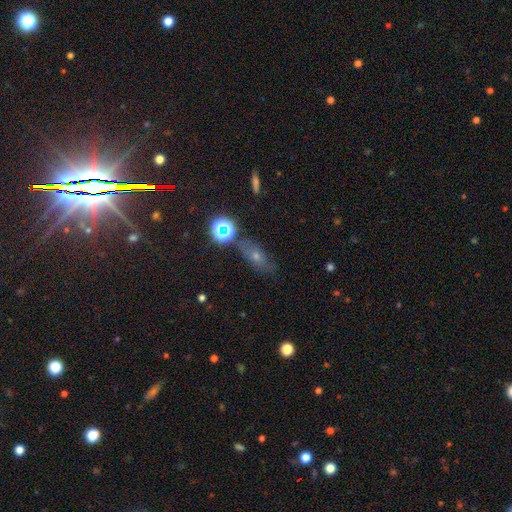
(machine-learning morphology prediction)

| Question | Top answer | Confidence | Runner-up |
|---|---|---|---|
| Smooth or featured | smooth | 52% | featured or disk (26%) |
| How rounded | in between | 65% | cigar-shaped (20%) |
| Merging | none | 66% | minor disturbance (22%) |